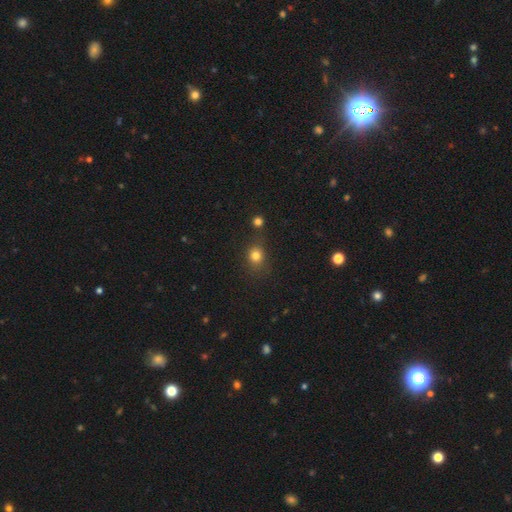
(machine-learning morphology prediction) Q: Smooth or featured?
A: smooth (79%); runner-up: star or artifact (14%)
Q: How rounded?
A: round (72%); runner-up: in between (27%)
Q: Merging?
A: none (71%); runner-up: minor disturbance (14%)